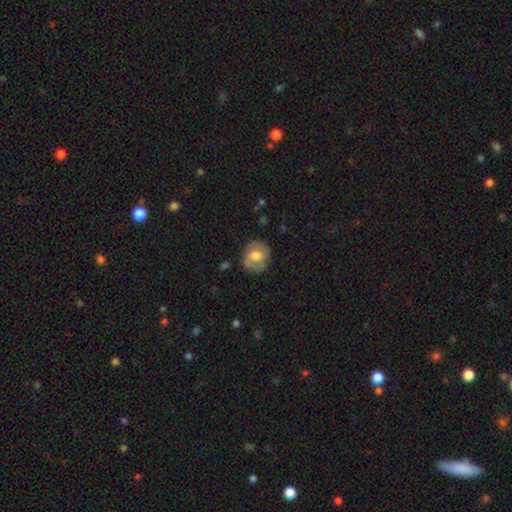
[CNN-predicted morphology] Smooth or featured? smooth (48%)
Merging? none (77%)